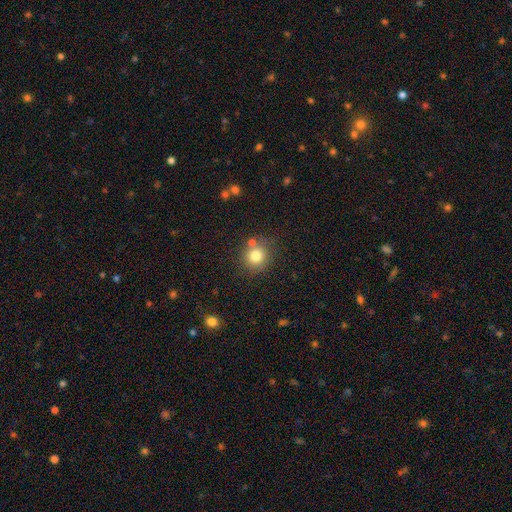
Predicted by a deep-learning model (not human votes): Q: Smooth or featured?
A: smooth (79%); runner-up: star or artifact (11%)
Q: How rounded?
A: round (88%); runner-up: in between (11%)
Q: Merging?
A: none (74%); runner-up: minor disturbance (12%)